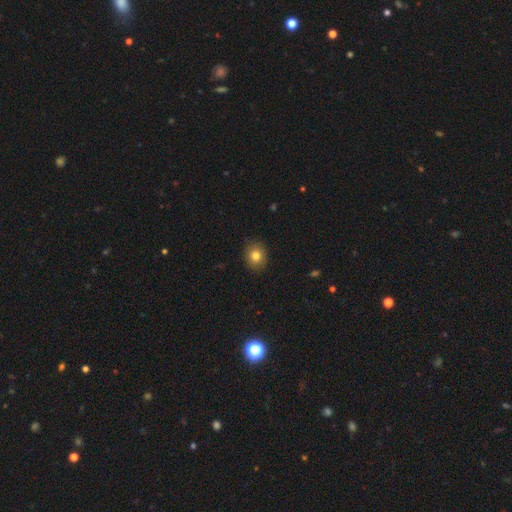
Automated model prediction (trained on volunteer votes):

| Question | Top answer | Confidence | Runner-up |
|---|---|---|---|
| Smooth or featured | smooth | 81% | star or artifact (11%) |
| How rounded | round | 70% | in between (29%) |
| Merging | none | 88% | minor disturbance (9%) |